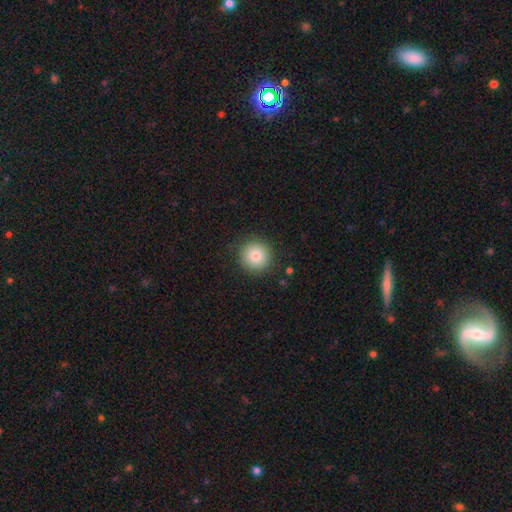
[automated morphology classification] The model was most divided on "smooth or featured": smooth: 83%, star or artifact: 10%, featured or disk: 8%. More confident: how rounded — round (95%); merging — none (89%).